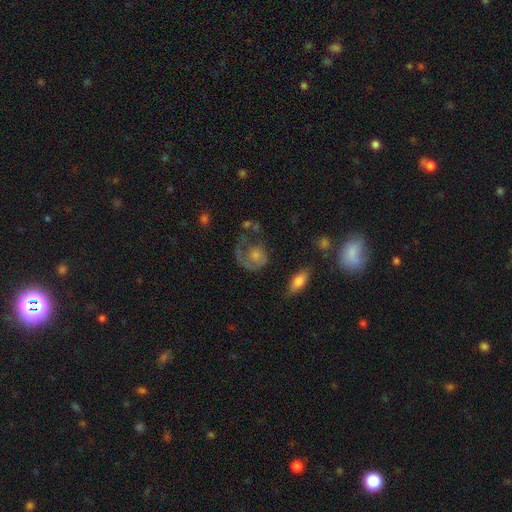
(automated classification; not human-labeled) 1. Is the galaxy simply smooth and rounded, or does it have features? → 51% featured or disk, 42% smooth, 8% star or artifact.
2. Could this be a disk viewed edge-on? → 97% no, 3% yes.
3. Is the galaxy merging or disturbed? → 46% major disturbance, 32% none, 16% minor disturbance, 5% merger.